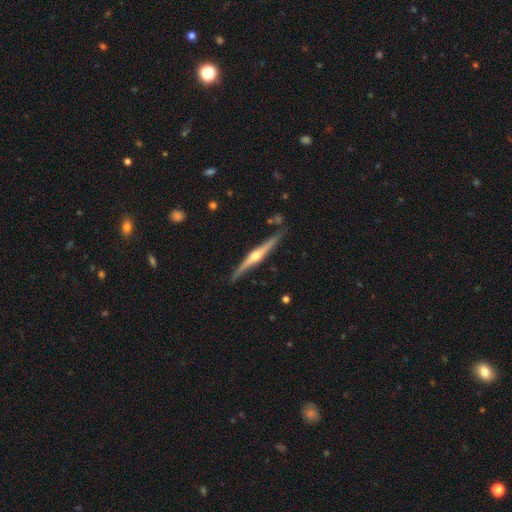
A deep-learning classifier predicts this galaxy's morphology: Smooth or featured? featured or disk (81%)
Edge-on disk? yes (98%)
Edge-on bulge? rounded (93%)
Merging? none (85%)